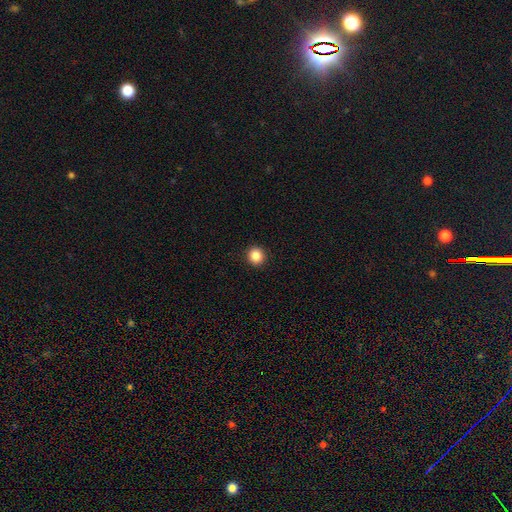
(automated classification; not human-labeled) This appears to be a smooth galaxy with no disk features (88%) that is round (90%). Merging: none (92%).